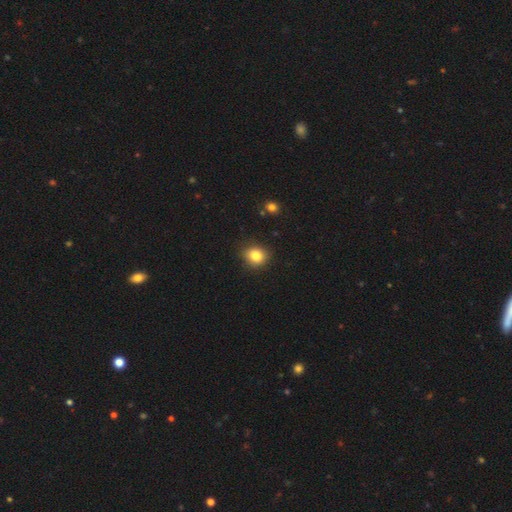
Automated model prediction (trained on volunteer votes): A smooth galaxy with no disk features (83%) that is round (73%). Merging: none (86%).